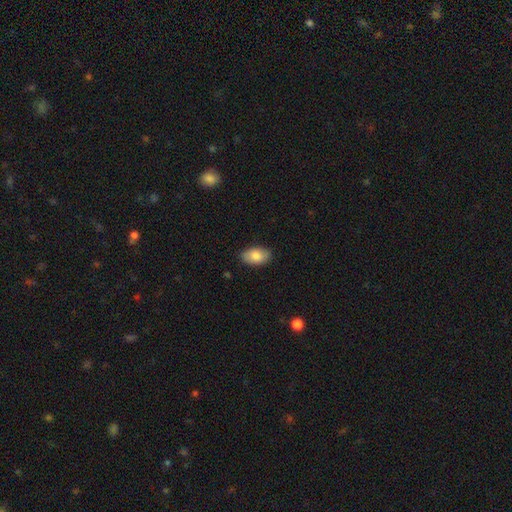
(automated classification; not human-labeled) Overall: smooth (84%). How rounded: in between (93%). Merging: none (86%).